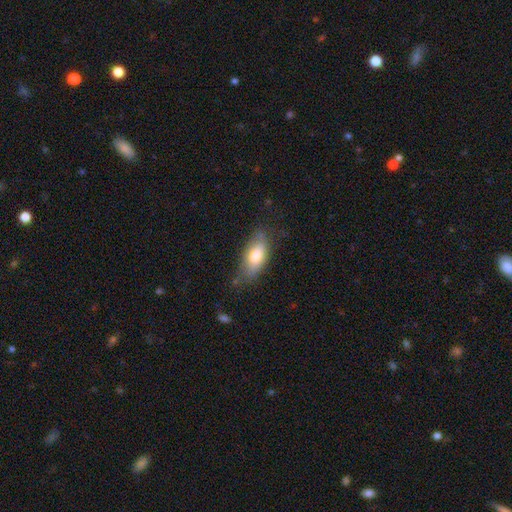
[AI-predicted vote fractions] smooth_or_featured: smooth (p=0.74) [alt: featured or disk p=0.19]
how_rounded: in between (p=0.87) [alt: cigar-shaped p=0.10]
merging: none (p=0.66) [alt: minor disturbance p=0.25]